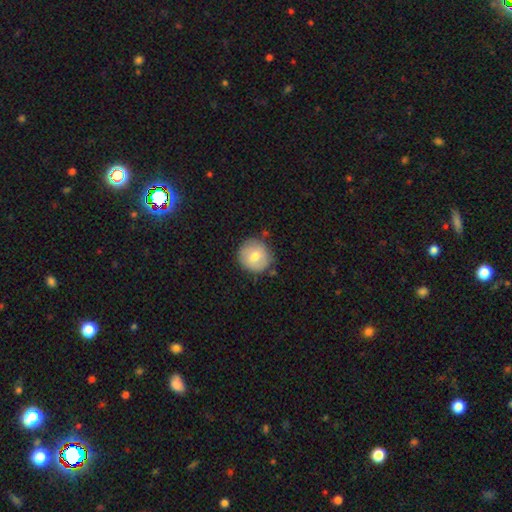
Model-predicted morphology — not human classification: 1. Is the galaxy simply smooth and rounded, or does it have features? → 69% smooth, 24% featured or disk, 7% star or artifact.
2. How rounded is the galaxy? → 91% round, 8% in between, 1% cigar-shaped.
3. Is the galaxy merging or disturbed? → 79% none, 15% minor disturbance, 3% major disturbance, 3% merger.